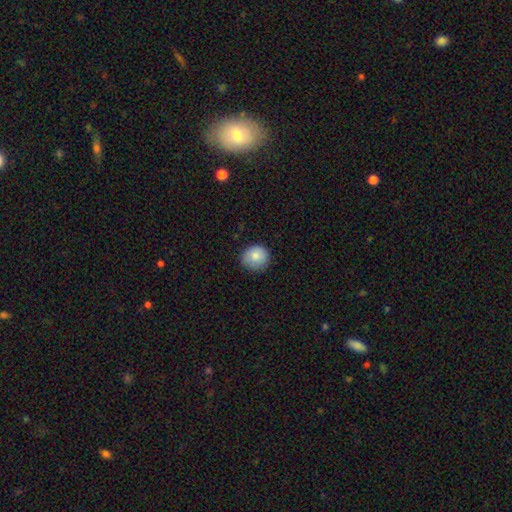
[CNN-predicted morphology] A smooth galaxy with no disk features (83%) that is round (87%).

Vote fractions:
- Smooth or featured? smooth: 83% / featured or disk: 8% / star or artifact: 8%
- How rounded? round: 87% / in between: 12% / cigar-shaped: 1%
- Merging? none: 83% / minor disturbance: 14% / major disturbance: 2% / merger: 1%